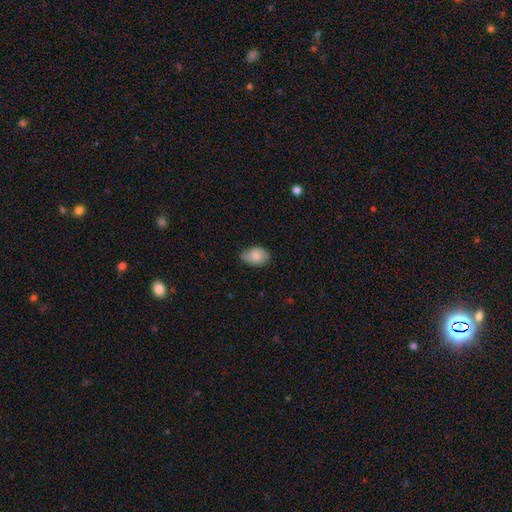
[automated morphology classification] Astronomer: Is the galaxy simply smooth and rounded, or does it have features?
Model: smooth — 77%.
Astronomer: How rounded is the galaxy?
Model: in between — 80%.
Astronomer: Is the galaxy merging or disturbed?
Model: none — 55% (runner-up: minor disturbance, 36%).